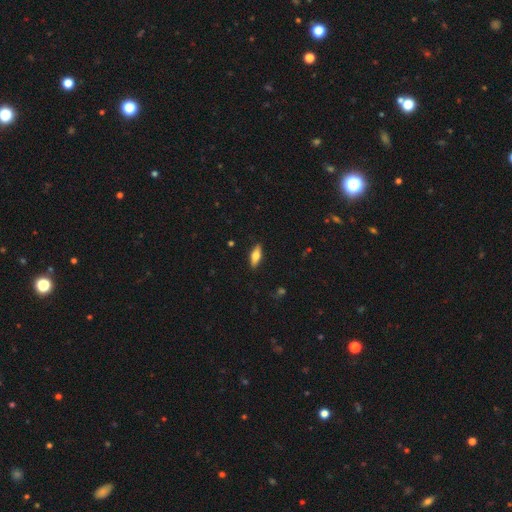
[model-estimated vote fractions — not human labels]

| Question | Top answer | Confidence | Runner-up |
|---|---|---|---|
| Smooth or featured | smooth | 58% | featured or disk (35%) |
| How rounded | in between | 66% | cigar-shaped (31%) |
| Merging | none | 89% | minor disturbance (8%) |